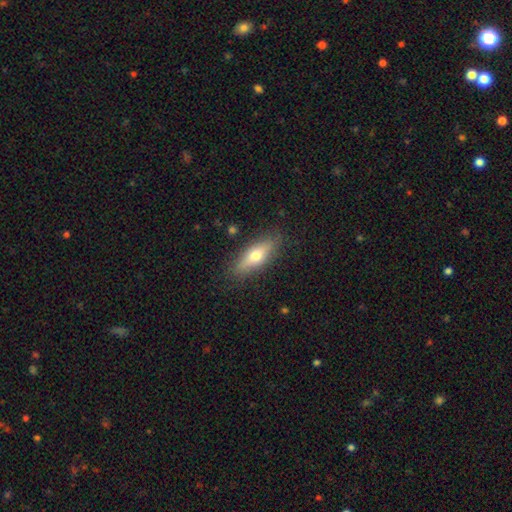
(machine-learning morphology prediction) smooth 54%, featured or disk 39%, star or artifact 7%. Down the decision tree: how rounded — cigar-shaped (50%); merging — none (85%).